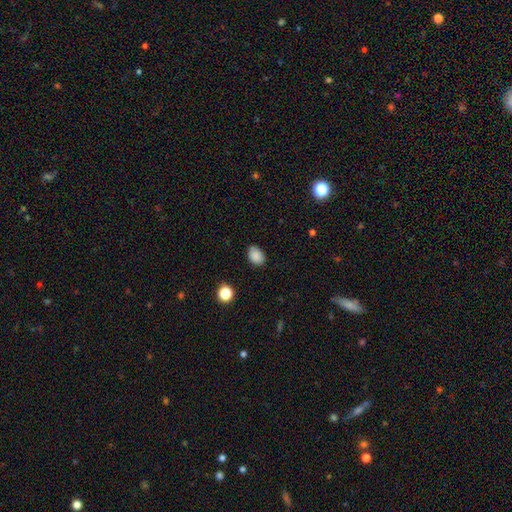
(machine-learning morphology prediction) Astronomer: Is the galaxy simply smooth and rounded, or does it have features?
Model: smooth — 87%.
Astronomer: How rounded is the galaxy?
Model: in between — 77%.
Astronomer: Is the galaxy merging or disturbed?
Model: none — 80%.